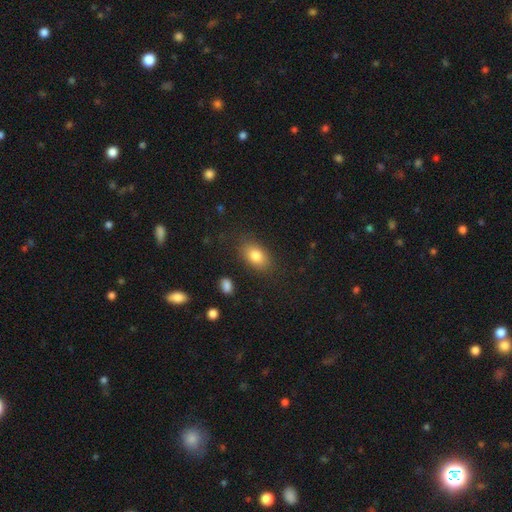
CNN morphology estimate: Smooth or featured? Predicted: smooth (p=0.82). How rounded? Predicted: in between (p=0.86). Merging? Predicted: none (p=0.83).